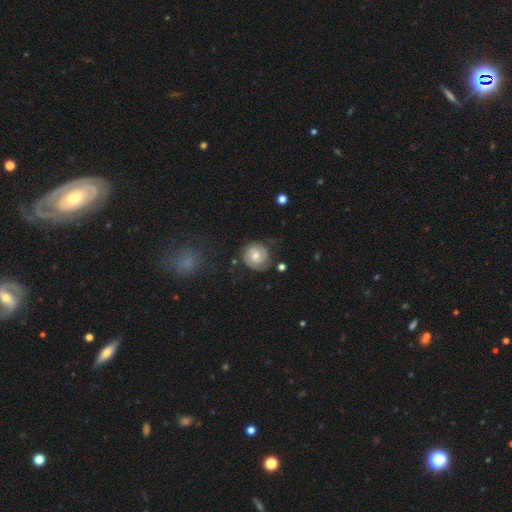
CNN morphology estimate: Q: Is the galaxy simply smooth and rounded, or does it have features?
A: featured or disk — 74%.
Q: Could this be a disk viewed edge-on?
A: no — 98%.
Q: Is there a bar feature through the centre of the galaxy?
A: no — 53%.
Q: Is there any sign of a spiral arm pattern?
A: yes — 94%.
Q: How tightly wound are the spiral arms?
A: tight — 64%.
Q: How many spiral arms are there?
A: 2 — 69%.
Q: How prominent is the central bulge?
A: moderate — 54%.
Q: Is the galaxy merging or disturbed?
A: none — 70%.